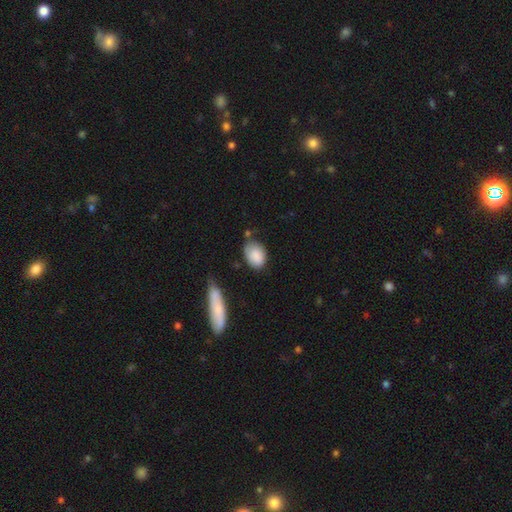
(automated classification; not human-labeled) A smooth galaxy with no disk features (87%) that is in between round and cigar-shaped (76%).

Vote fractions:
- Smooth or featured? smooth: 87% / featured or disk: 7% / star or artifact: 6%
- How rounded? in between: 76% / round: 22% / cigar-shaped: 2%
- Merging? none: 61% / minor disturbance: 27% / merger: 6% / major disturbance: 6%